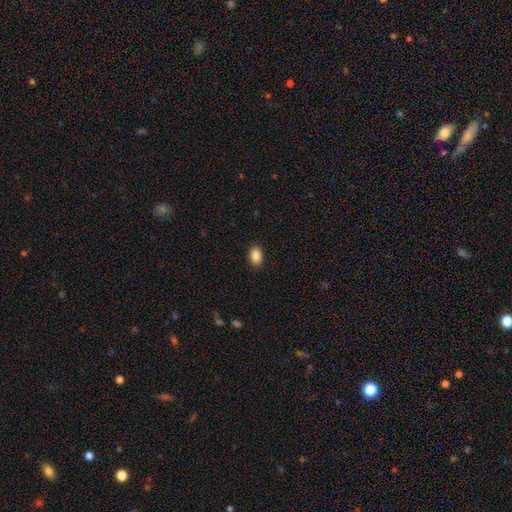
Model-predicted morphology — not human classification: Smooth or featured?
  - smooth: 88% *
  - star or artifact: 8%
  - featured or disk: 4%
How rounded?
  - in between: 88% *
  - round: 10%
  - cigar-shaped: 1%
Merging?
  - none: 89% *
  - minor disturbance: 8%
  - major disturbance: 2%
  - merger: 1%